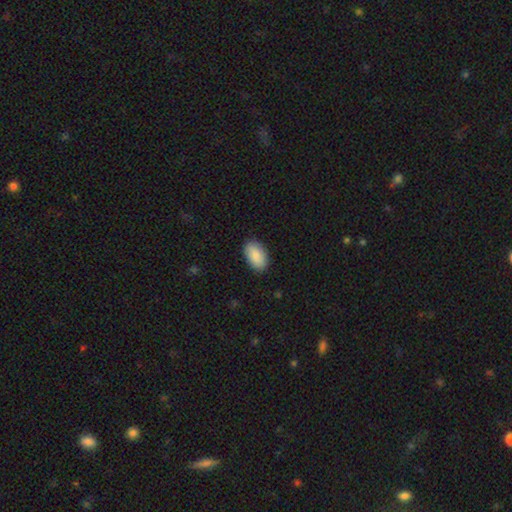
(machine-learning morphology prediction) smooth-or-featured: smooth: 89% | star or artifact: 6% | featured or disk: 5%
  how-rounded: in between: 94% | round: 4% | cigar-shaped: 2%
  merging: none: 87% | minor disturbance: 10% | major disturbance: 2% | merger: 1%